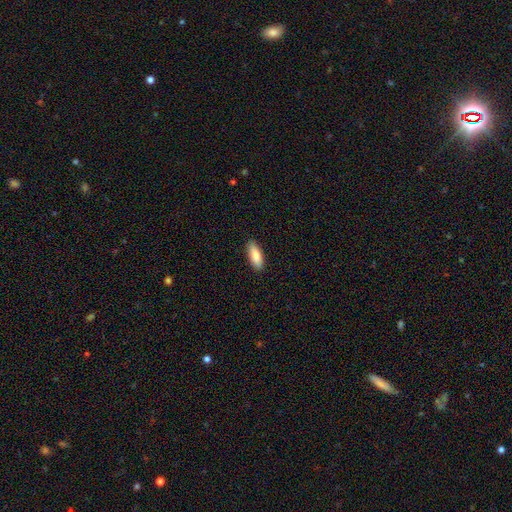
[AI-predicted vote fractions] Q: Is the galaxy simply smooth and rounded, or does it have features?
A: smooth — 85%.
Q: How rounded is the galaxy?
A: in between — 75%.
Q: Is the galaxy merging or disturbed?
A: none — 89%.